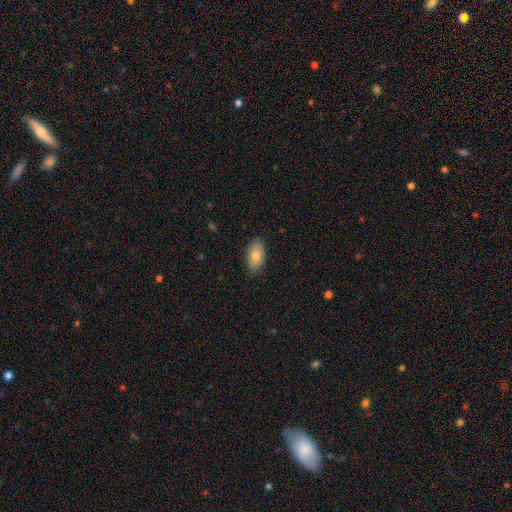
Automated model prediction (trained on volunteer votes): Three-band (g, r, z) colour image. It shows a smooth galaxy with no disk features (80%) that is in between round and cigar-shaped (93%). Merging: none (87%).